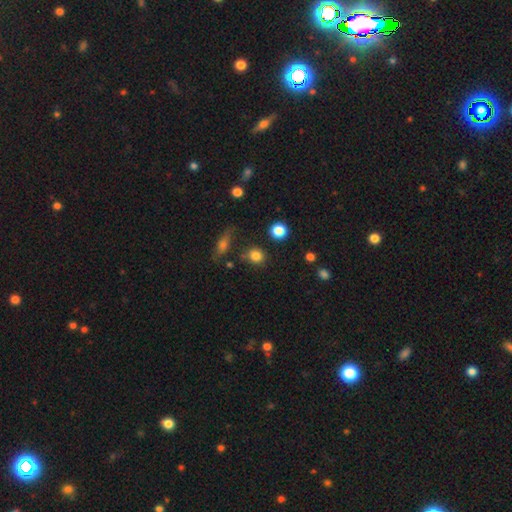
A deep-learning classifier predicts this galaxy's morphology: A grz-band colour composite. It shows a smooth galaxy with no disk features (83%) that is round (77%). Merging: none (78%).